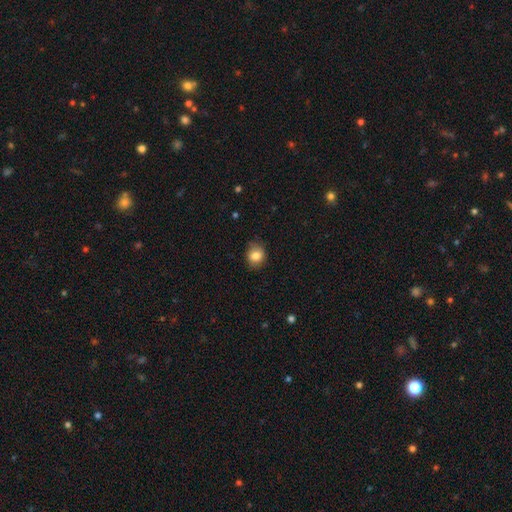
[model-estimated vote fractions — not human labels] This is clearly a smooth galaxy (84%). How rounded: likely round (65%). Merging: likely none (76%).